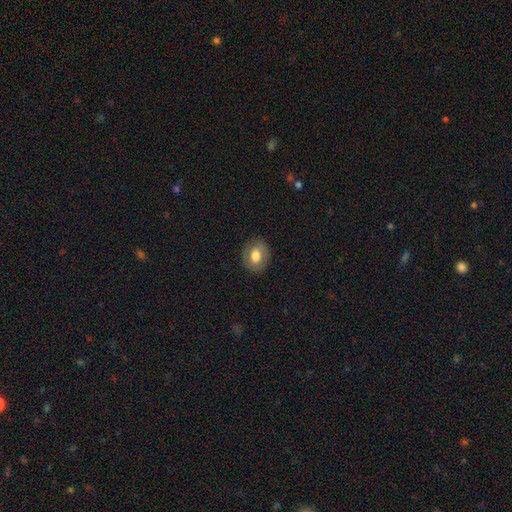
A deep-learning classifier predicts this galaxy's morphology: Overall: smooth (69%). How rounded: round (57%; in between 42%). Merging: none (85%).